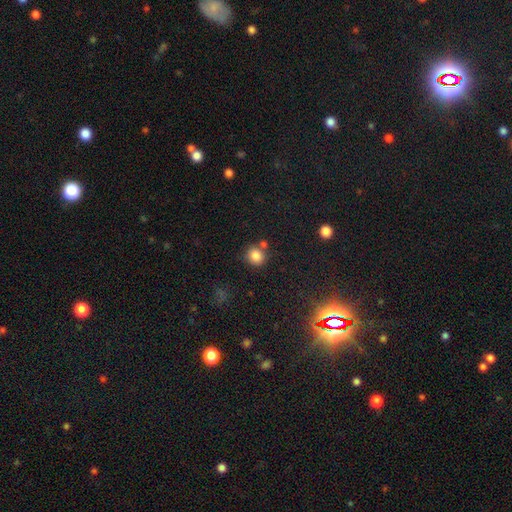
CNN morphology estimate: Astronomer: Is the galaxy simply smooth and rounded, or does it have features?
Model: smooth — 83%.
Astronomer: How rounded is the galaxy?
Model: round — 82%.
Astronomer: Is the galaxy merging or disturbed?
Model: none — 72%.